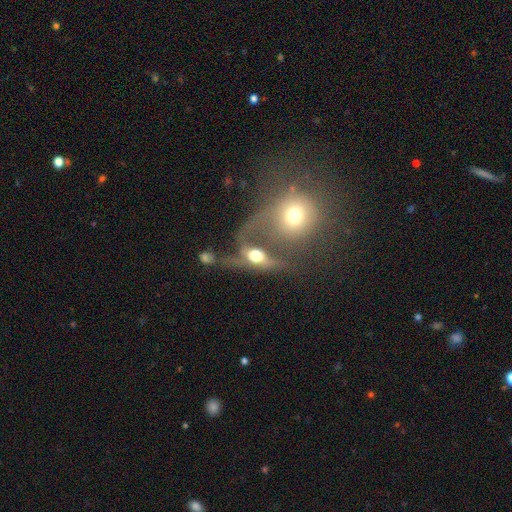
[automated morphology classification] Smooth or featured? featured or disk (53%)
Edge-on disk? no (79%)
Merging? merger (58%)